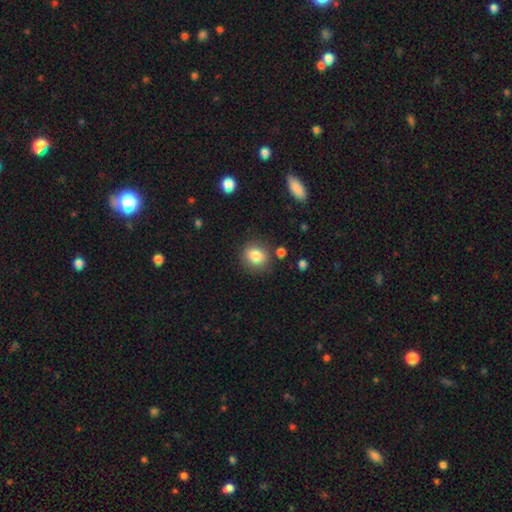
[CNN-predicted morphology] Smooth or featured?
  - smooth: 84% *
  - star or artifact: 9%
  - featured or disk: 7%
How rounded?
  - round: 68% *
  - in between: 31%
  - cigar-shaped: 1%
Merging?
  - none: 80% *
  - minor disturbance: 13%
  - merger: 4%
  - major disturbance: 4%